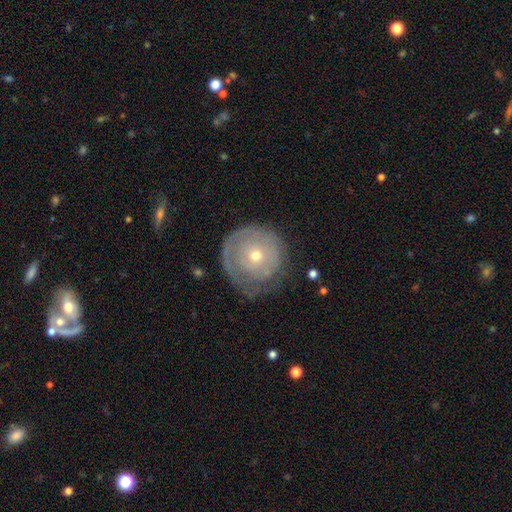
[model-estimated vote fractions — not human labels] smooth-or-featured: featured or disk: 55% | smooth: 38% | star or artifact: 7%
  disk-edge-on: no: 96% | yes: 4%
    bar: no: 88% | weak: 10% | strong: 2%
    has-spiral-arms: yes: 53% | no: 47%
    bulge-size: small: 52% | moderate: 44% | large: 2% | none: 1% | dominant: 1%
  merging: none: 62% | minor disturbance: 24% | major disturbance: 12% | merger: 2%